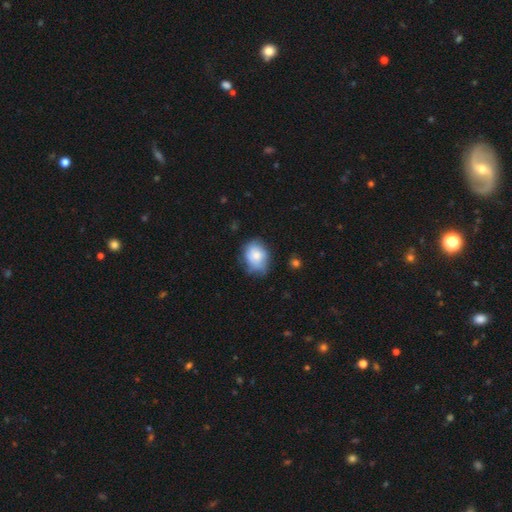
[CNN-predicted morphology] This appears to be a smooth galaxy with no disk features (73%) that is in between round and cigar-shaped (67%). Merging: none (60%).